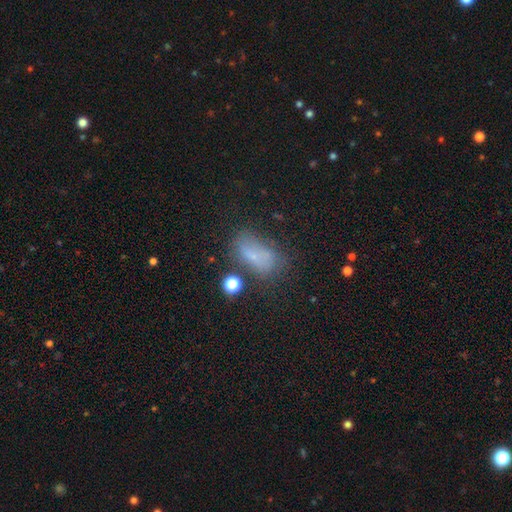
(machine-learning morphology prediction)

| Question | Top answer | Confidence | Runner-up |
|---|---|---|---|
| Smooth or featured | smooth | 59% | featured or disk (22%) |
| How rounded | in between | 84% | round (12%) |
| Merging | none | 46% | minor disturbance (26%) |